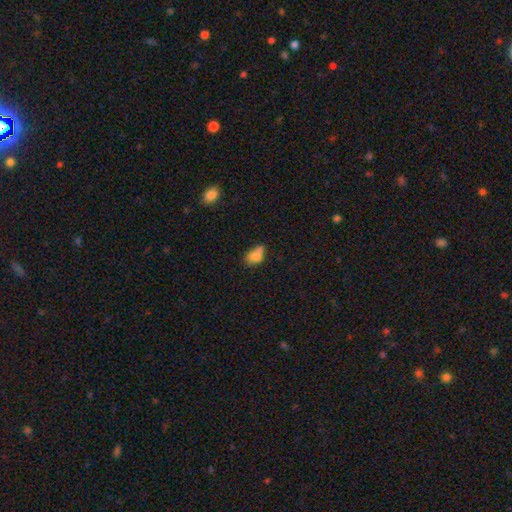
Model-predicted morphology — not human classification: A smooth galaxy with no disk features (69%) that is in between round and cigar-shaped (80%). Merging: merger (37%).